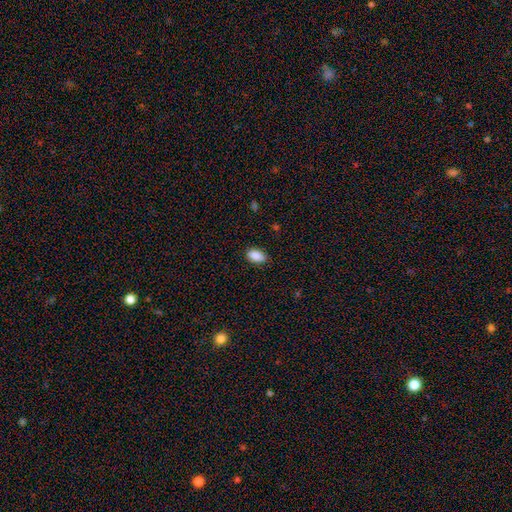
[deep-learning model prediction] smooth_or_featured: smooth (p=0.89) [alt: star or artifact p=0.08]
how_rounded: in between (p=0.93) [alt: round p=0.05]
merging: none (p=0.84) [alt: minor disturbance p=0.13]